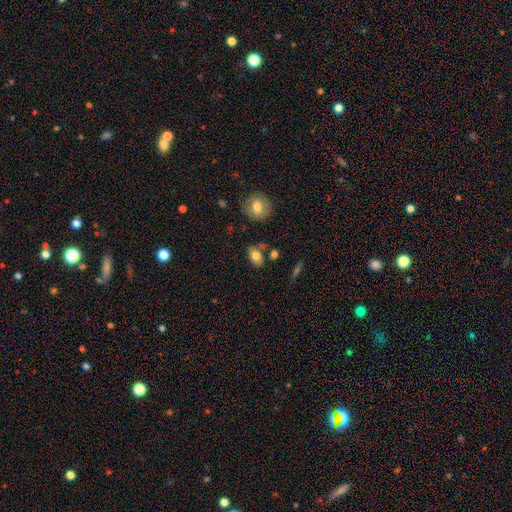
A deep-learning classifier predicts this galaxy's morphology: smooth 76%, featured or disk 16%, star or artifact 8%. Down the decision tree: how rounded — in between (81%); merging — none (69%).